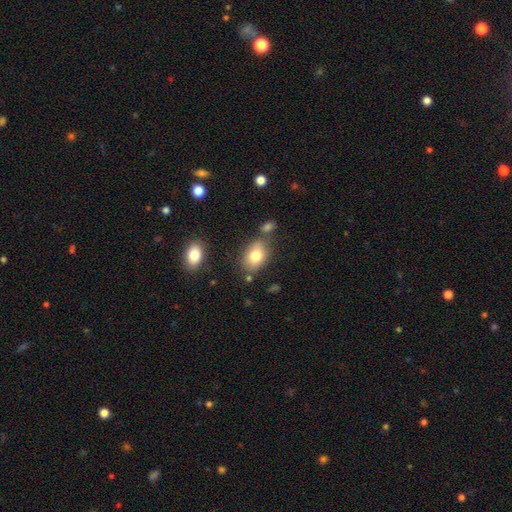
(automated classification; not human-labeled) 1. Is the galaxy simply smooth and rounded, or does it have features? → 78% smooth, 14% featured or disk, 9% star or artifact.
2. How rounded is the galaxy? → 83% in between, 16% round, 1% cigar-shaped.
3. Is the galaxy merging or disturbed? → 69% none, 16% minor disturbance, 11% merger, 4% major disturbance.